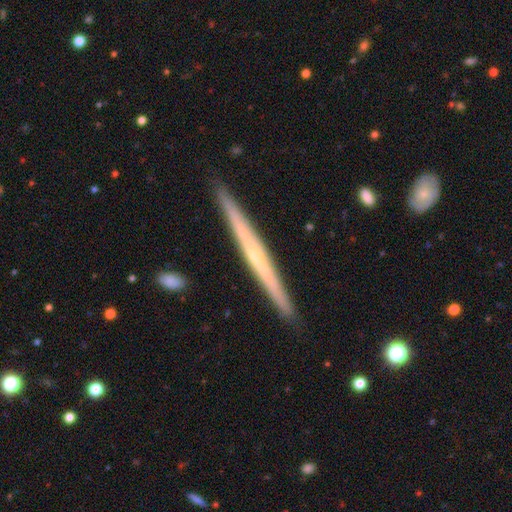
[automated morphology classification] This is likely a featured or disk galaxy (71%). It is clearly viewed edge-on (98%). Edge-on bulge: possibly none (59%). Merging: clearly none (92%).